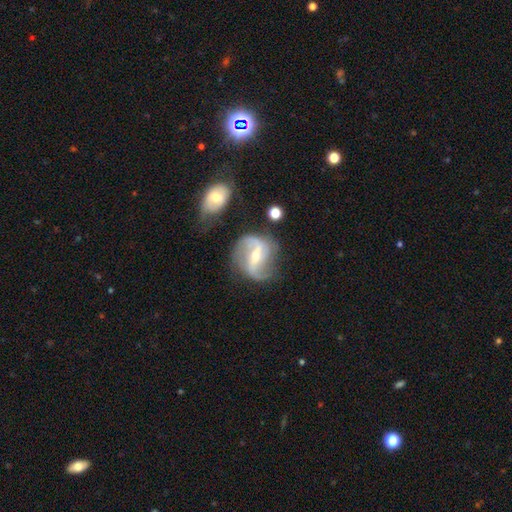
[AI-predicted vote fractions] Smooth or featured?
  - featured or disk: 88% *
  - smooth: 7%
  - star or artifact: 6%
Edge-on disk?
  - no: 97% *
  - yes: 3%
Bar?
  - strong: 48% *
  - weak: 35%
  - no: 18%
Spiral arms?
  - yes: 95% *
  - no: 5%
Spiral winding?
  - loose: 58% *
  - medium: 33%
  - tight: 9%
Spiral arm count?
  - 2: 88% *
  - can't tell: 4%
  - 3: 3%
  - 1: 3%
  - 4: 1%
  - more than 4: 1%
Bulge size?
  - small: 58% *
  - moderate: 39%
  - large: 1%
  - none: 1%
  - dominant: 1%
Merging?
  - none: 68% *
  - minor disturbance: 18%
  - major disturbance: 9%
  - merger: 5%